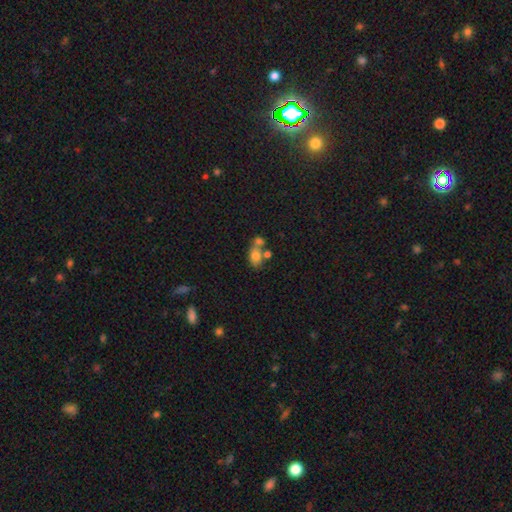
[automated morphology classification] smooth_or_featured: smooth (p=0.73) [alt: featured or disk p=0.16]
how_rounded: in between (p=0.70) [alt: round p=0.29]
merging: merger (p=0.47) [alt: none p=0.35]